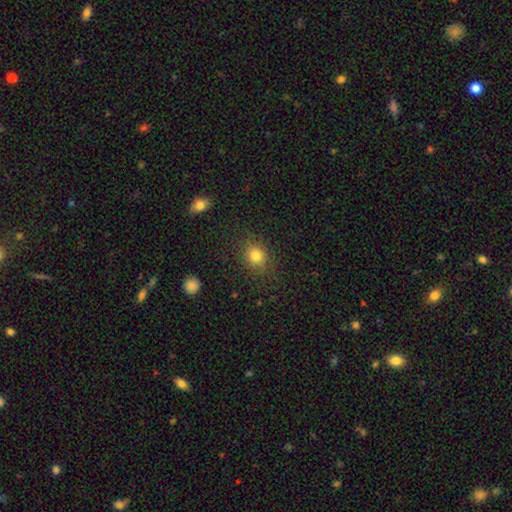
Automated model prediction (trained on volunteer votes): Smooth or featured? Predicted: smooth (p=0.80). How rounded? Predicted: round (p=0.73). Merging? Predicted: none (p=0.84).